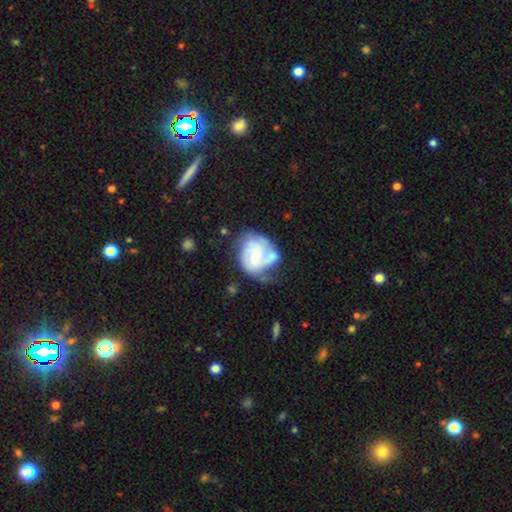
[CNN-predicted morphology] A featured or disk galaxy (72%) with a weak bar (45%, tied with no), 2 (43%) tight (47%) spiral arms (85%) and a moderate central bulge (55%). Merging: none (38%).